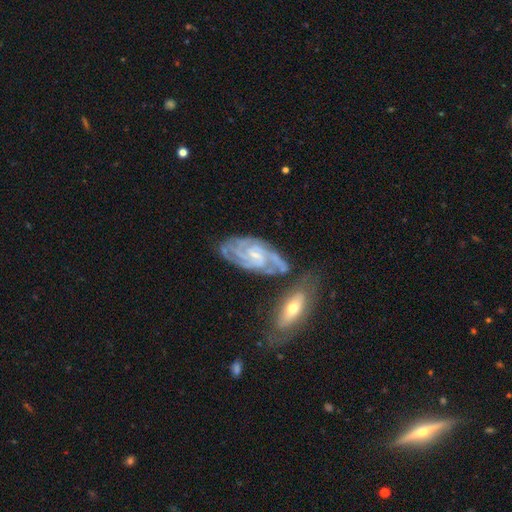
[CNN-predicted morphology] type=featured or disk (86%); edge-on=no (94%); bar=no (55%); spiral arms=yes (97%); winding=tight (62%); arm count=3 (30%); bulge=small (72%); merging=none (60%).